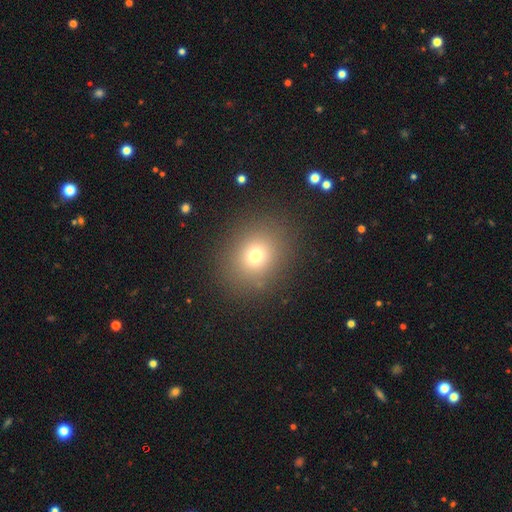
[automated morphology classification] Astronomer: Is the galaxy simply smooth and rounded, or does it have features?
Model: smooth — 72%.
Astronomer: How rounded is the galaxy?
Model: round — 72%.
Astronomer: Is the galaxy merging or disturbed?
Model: none — 87%.